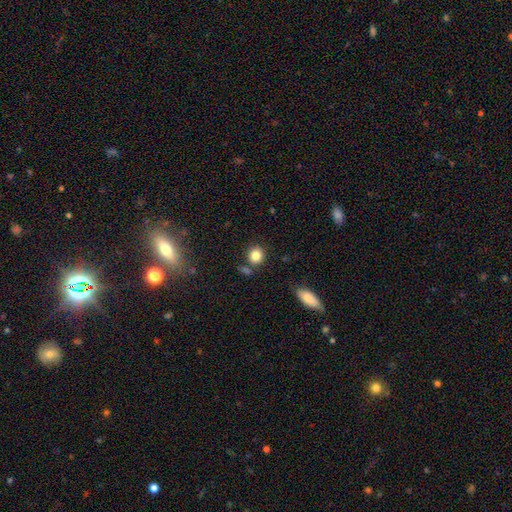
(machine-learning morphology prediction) The model was most divided on "how rounded": round: 79%, in between: 20%, cigar-shaped: 1%. More confident: smooth or featured — smooth (84%); merging — none (77%).